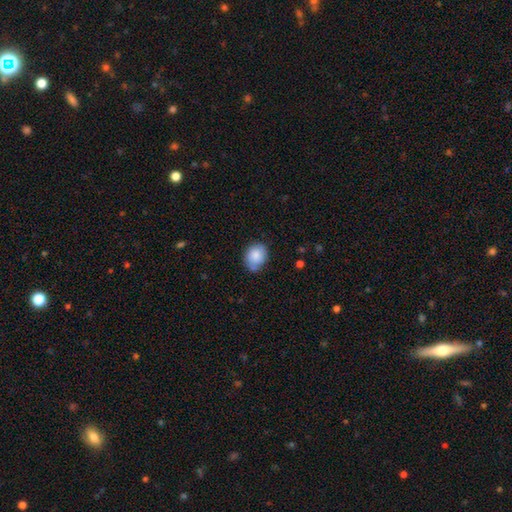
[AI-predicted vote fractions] The model was most divided on "how rounded": round: 52%, in between: 47%, cigar-shaped: 1%. More confident: smooth or featured — smooth (82%); merging — none (65%).